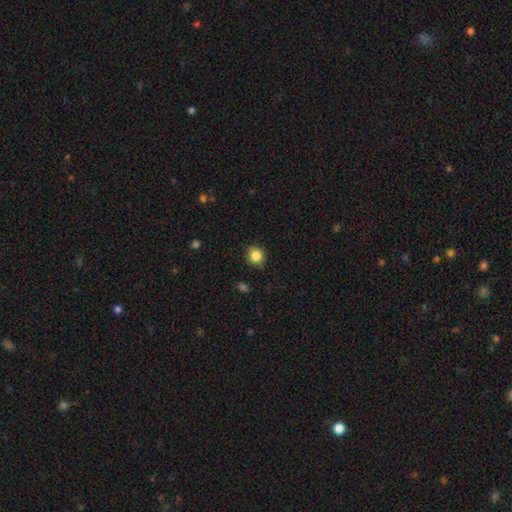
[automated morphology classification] Smooth or featured? smooth (85%)
How rounded? round (81%)
Merging? none (83%)